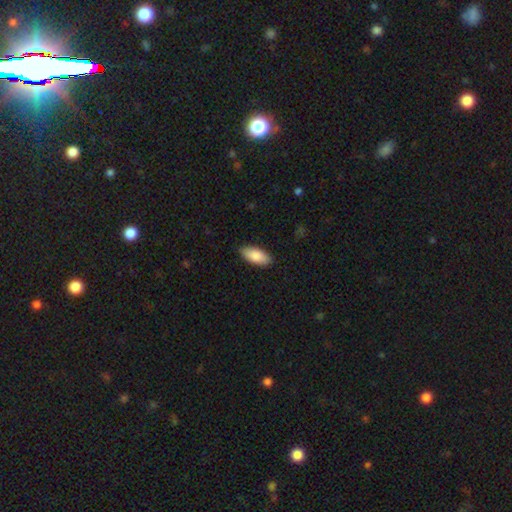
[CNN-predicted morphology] Smooth or featured? Predicted: smooth (p=0.86). How rounded? Predicted: in between (p=0.90). Merging? Predicted: none (p=0.87).